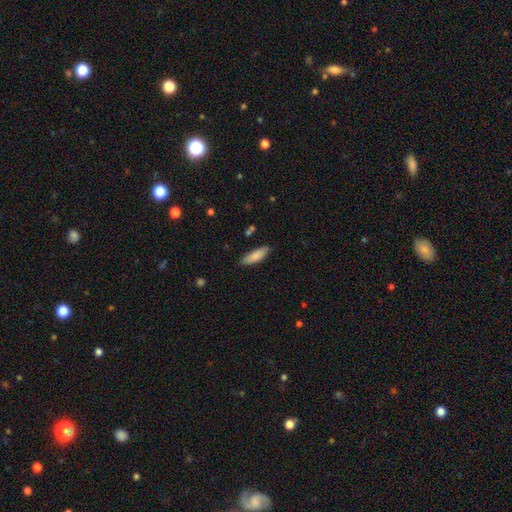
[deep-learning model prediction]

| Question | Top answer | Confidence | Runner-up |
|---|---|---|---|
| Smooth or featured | smooth | 85% | featured or disk (9%) |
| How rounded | in between | 52% | cigar-shaped (47%) |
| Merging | none | 84% | minor disturbance (12%) |